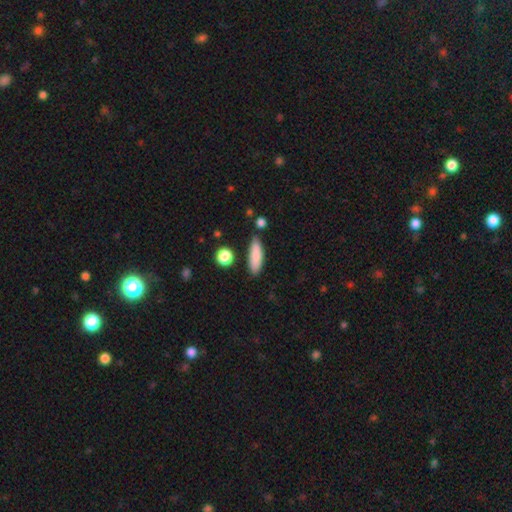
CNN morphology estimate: A smooth galaxy with no disk features (85%) that is in between round and cigar-shaped (49%). Merging: none (80%).